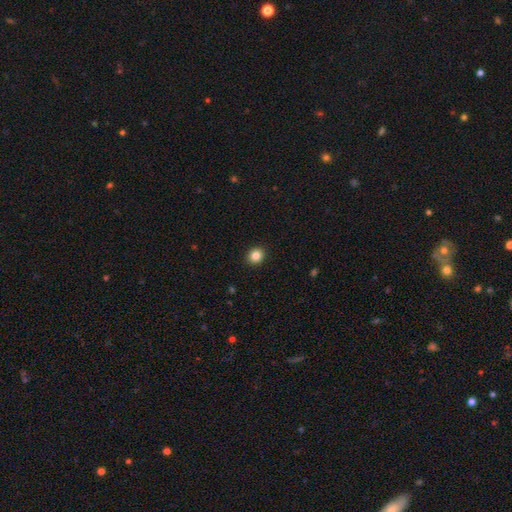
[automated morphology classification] Overall: smooth (84%). How rounded: round (81%). Merging: none (92%).